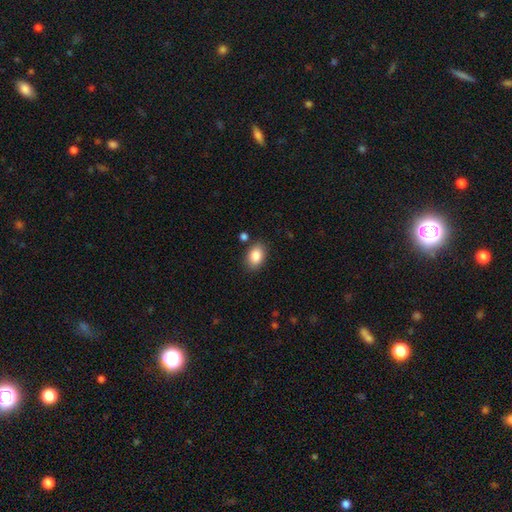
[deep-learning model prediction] The model was most divided on "how rounded": in between: 84%, round: 15%, cigar-shaped: 1%. More confident: smooth or featured — smooth (86%); merging — none (84%).